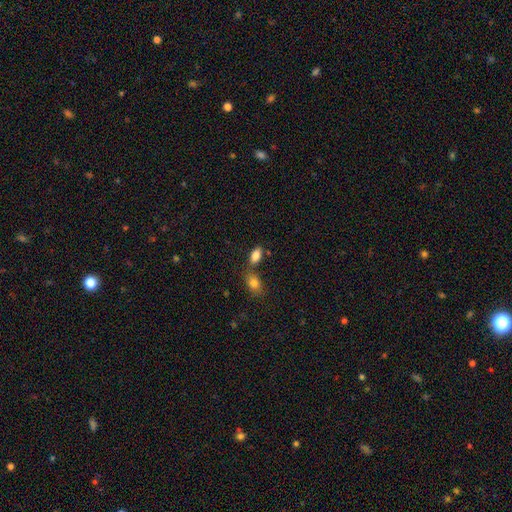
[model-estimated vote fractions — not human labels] A smooth galaxy with no disk features (85%) that is in between round and cigar-shaped (90%). Merging: none (62%).